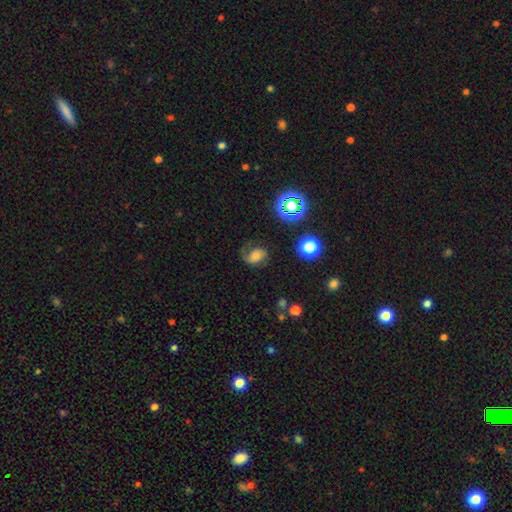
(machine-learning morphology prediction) Smooth or featured: featured or disk — 53% (smooth — 33%)
Edge-on disk: no — 97% (yes — 3%)
Bar: no — 55% (weak — 33%)
Spiral arms: yes — 90% (no — 10%)
Bulge size: moderate — 39% (small — 32%)
Merging: none — 54% (minor disturbance — 22%)